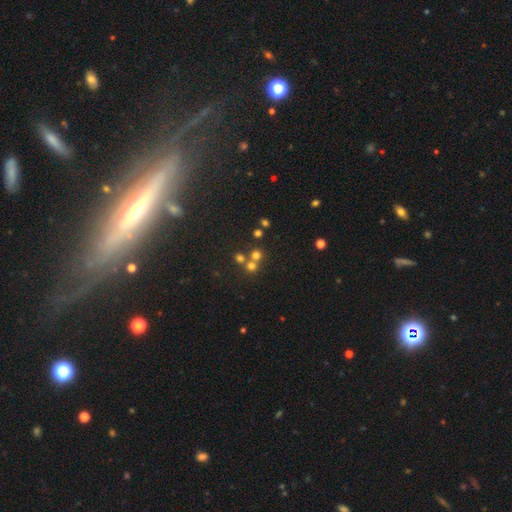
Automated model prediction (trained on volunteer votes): Q: Smooth or featured?
A: smooth (62%); runner-up: star or artifact (25%)
Q: How rounded?
A: round (90%); runner-up: in between (9%)
Q: Merging?
A: none (53%); runner-up: merger (38%)